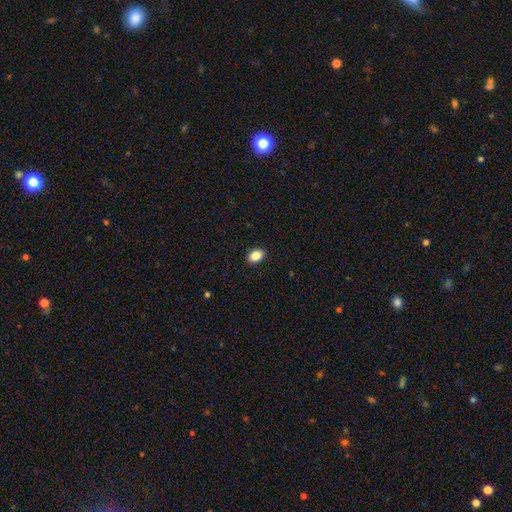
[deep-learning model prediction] smooth_or_featured: smooth (p=0.87) [alt: star or artifact p=0.09]
how_rounded: in between (p=0.79) [alt: round p=0.19]
merging: none (p=0.90) [alt: minor disturbance p=0.07]